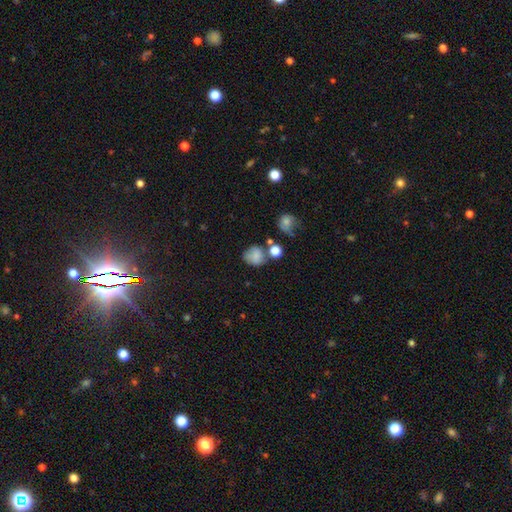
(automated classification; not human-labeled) Smooth or featured? Predicted: smooth (p=0.77). How rounded? Predicted: round (p=0.71). Merging? Predicted: none (p=0.53).